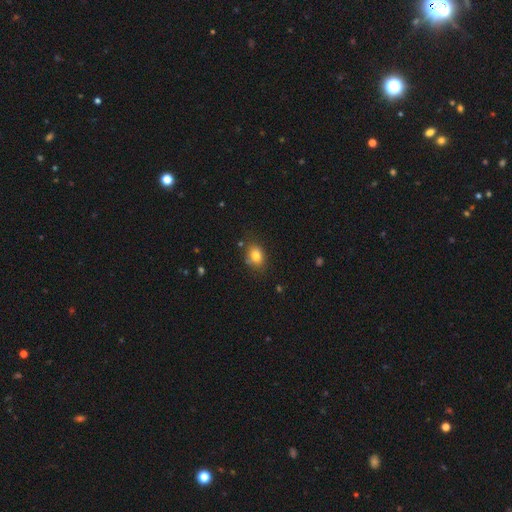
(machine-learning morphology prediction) This appears to be a smooth galaxy with no disk features (81%) that is in between round and cigar-shaped (61%). Merging: none (75%).